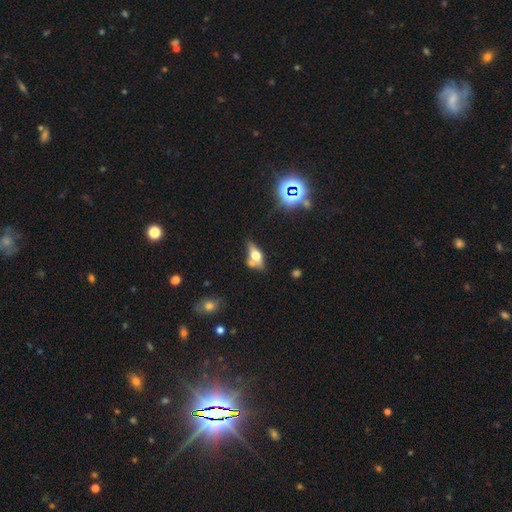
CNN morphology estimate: Overall: smooth (51%; featured or disk 37%). How rounded: in between (75%). Merging: none (43%; merger 32%).